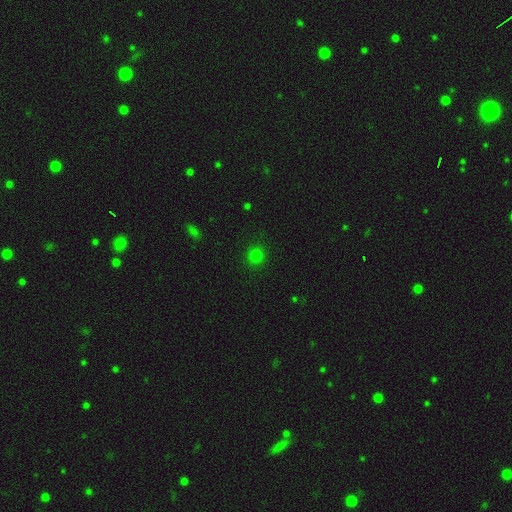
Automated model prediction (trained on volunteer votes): smooth 78%, star or artifact 18%, featured or disk 5%. Down the decision tree: how rounded — round (93%); merging — none (91%).